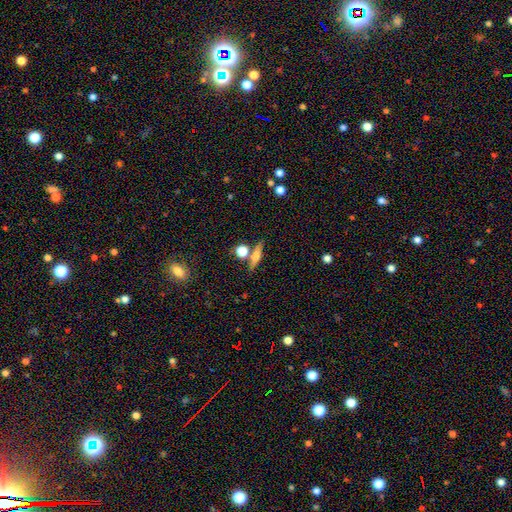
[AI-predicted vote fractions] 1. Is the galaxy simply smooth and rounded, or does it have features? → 48% smooth, 42% featured or disk, 11% star or artifact.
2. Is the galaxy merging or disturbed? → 71% none, 14% merger, 10% minor disturbance, 4% major disturbance.